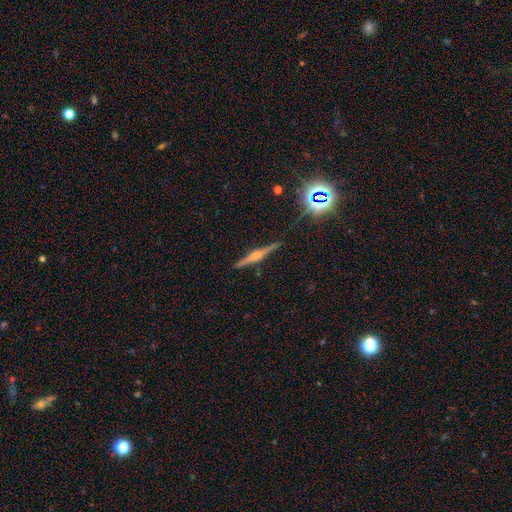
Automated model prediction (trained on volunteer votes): Morphology: type=featured or disk (74%); edge-on=yes (98%); edge-on bulge=rounded (78%); merging=none (90%).